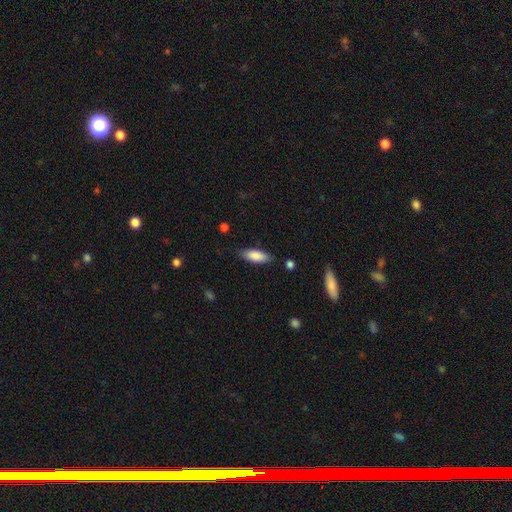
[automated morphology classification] A smooth galaxy with no disk features (85%) that is in between round and cigar-shaped (72%). Merging: none (84%).